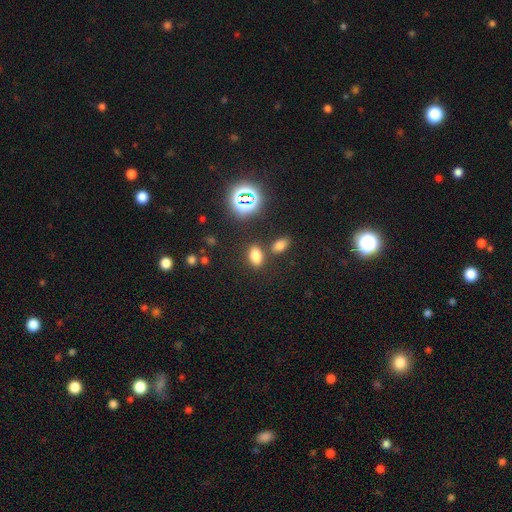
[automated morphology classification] Smooth or featured: smooth — 74% (star or artifact — 19%)
How rounded: in between — 83% (round — 14%)
Merging: none — 74% (merger — 13%)